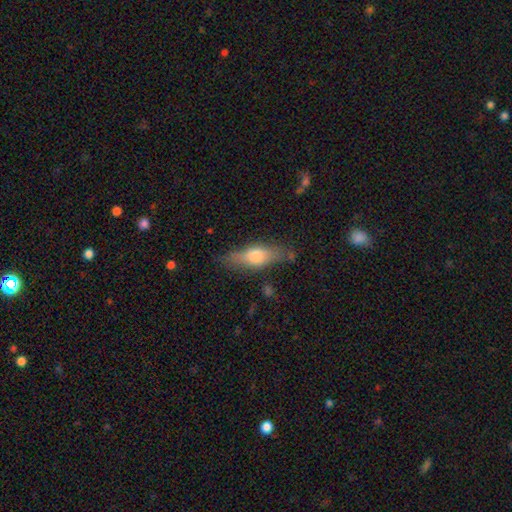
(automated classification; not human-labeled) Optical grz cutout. It shows a smooth galaxy with no disk features (54%) that is cigar-shaped (49%). Merging: none (78%).